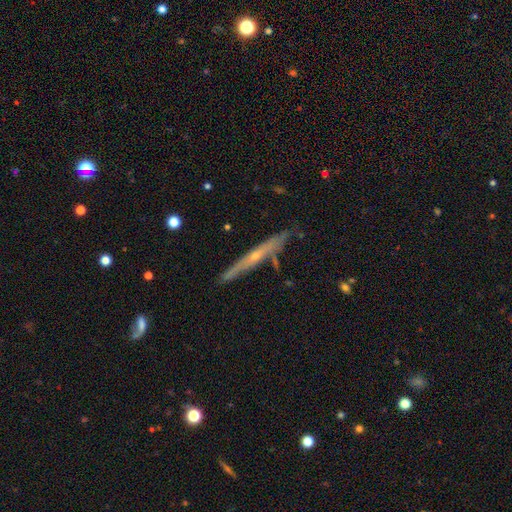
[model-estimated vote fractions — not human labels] The model was most divided on "edge-on bulge": rounded: 67%, none: 31%, boxy: 3%. More confident: edge-on disk — yes (94%); merging — none (81%); smooth or featured — featured or disk (69%).